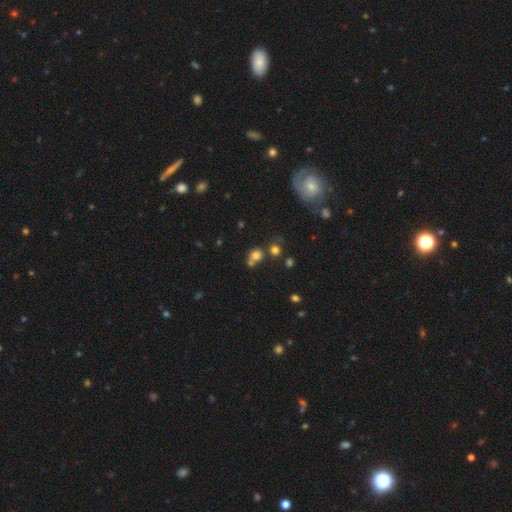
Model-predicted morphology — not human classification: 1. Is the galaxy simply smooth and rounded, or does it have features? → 74% smooth, 17% star or artifact, 10% featured or disk.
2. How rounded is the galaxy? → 77% round, 22% in between, 1% cigar-shaped.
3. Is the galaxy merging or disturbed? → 52% none, 31% merger, 12% minor disturbance, 6% major disturbance.